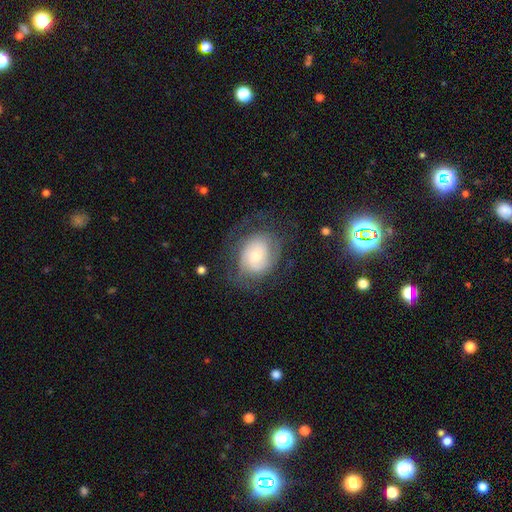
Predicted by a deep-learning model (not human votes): This is possibly a featured or disk galaxy (57%). It is clearly not viewed edge-on (97%). Bar: likely no (69%). Spiral arm pattern: clearly yes (81%). Central bulge: marginally small (42%). Merging: possibly none (55%).